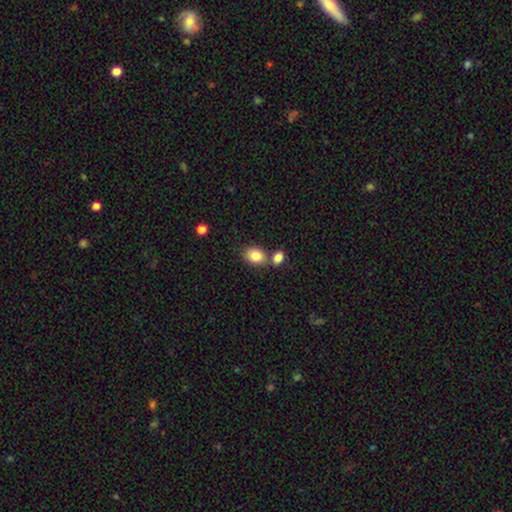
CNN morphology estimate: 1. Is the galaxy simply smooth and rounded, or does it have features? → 85% smooth, 8% star or artifact, 7% featured or disk.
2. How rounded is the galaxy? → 68% in between, 31% round, 1% cigar-shaped.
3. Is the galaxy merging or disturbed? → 58% none, 29% merger, 11% minor disturbance, 3% major disturbance.